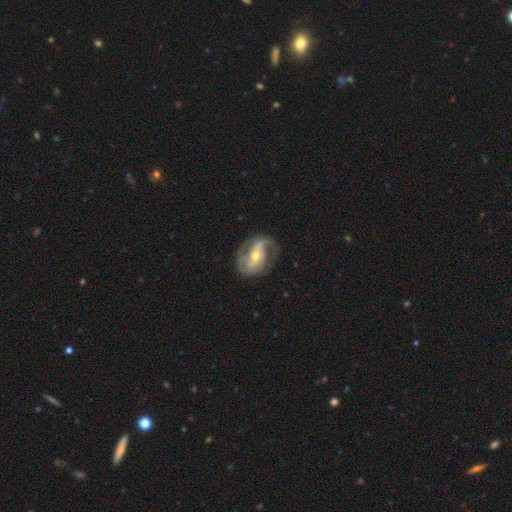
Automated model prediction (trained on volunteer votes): smooth-or-featured: featured or disk: 88% | smooth: 8% | star or artifact: 5%
  disk-edge-on: no: 97% | yes: 3%
    bar: weak: 39% | strong: 31% | no: 30%
    has-spiral-arms: yes: 96% | no: 4%
      spiral-winding: medium: 46% | loose: 36% | tight: 18%
      spiral-arm-count: 2: 80% | 3: 6% | 1: 5% | can't tell: 5% | 4: 2% | more than 4: 2%
    bulge-size: moderate: 58% | small: 38% | large: 2% | none: 1% | dominant: 1%
  merging: none: 70% | minor disturbance: 19% | major disturbance: 10% | merger: 1%